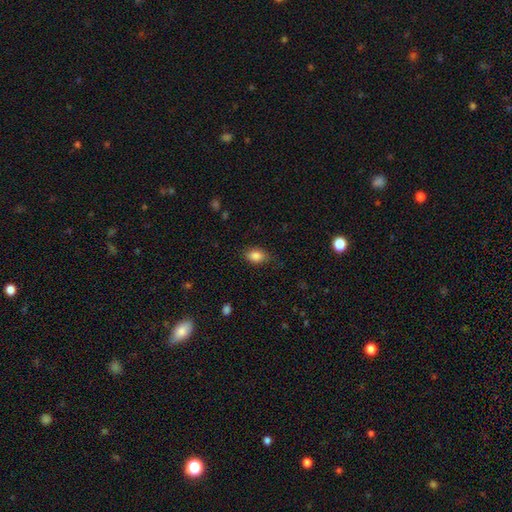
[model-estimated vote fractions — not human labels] Smooth or featured: smooth — 86% (star or artifact — 9%)
How rounded: in between — 82% (round — 17%)
Merging: none — 79% (minor disturbance — 17%)